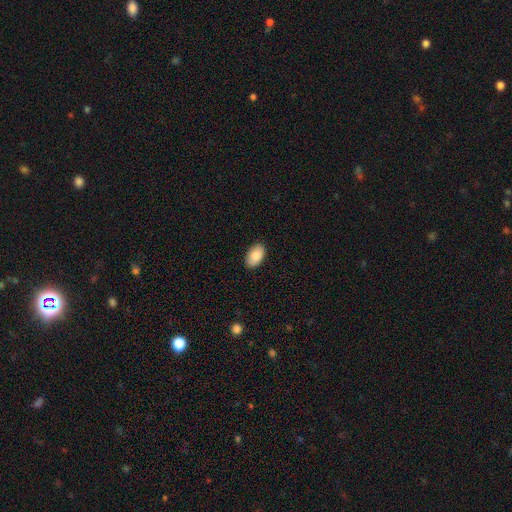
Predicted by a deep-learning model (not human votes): Morphology: type=smooth (87%); roundness=in between (94%); merging=none (89%).